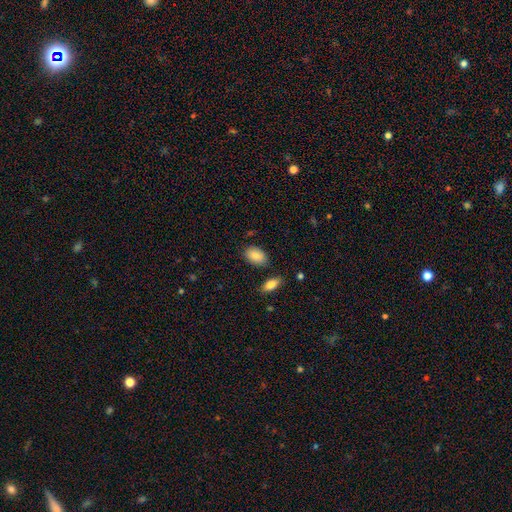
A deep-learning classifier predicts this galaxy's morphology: This is clearly a smooth galaxy (87%). How rounded: clearly in between (89%). Merging: clearly none (81%).